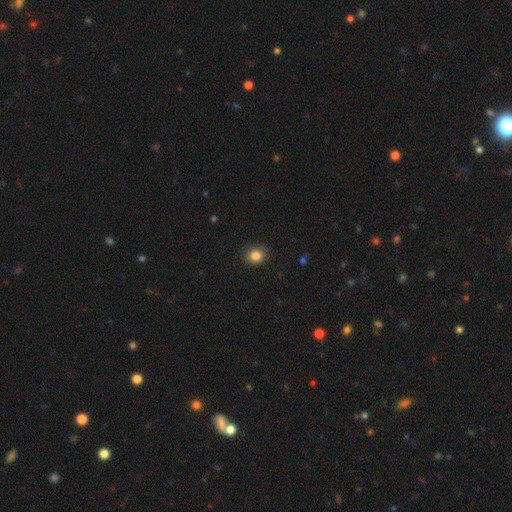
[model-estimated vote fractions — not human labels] The model was most divided on "how rounded": round: 64%, in between: 35%, cigar-shaped: 1%. More confident: merging — none (88%); smooth or featured — smooth (85%).